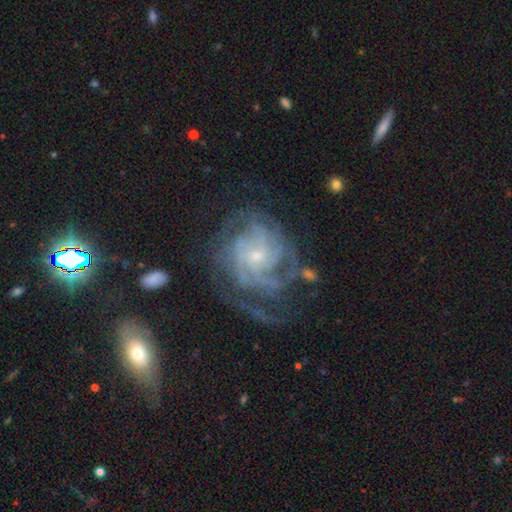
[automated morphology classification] Overall: featured or disk (85%). Edge-on disk: no (98%). Bar: no (65%; weak 29%). Spiral arms: yes (93%). Spiral arm count: can't tell (35%; 4 20%). Spiral winding: tight (58%; medium 33%). Bulge size: small (69%). Merging: none (55%; major disturbance 22%).